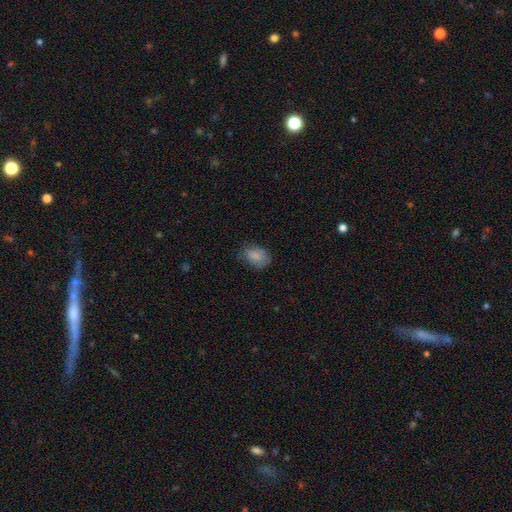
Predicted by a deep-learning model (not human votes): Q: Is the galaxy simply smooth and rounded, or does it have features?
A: smooth — 84%.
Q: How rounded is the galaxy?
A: in between — 77%.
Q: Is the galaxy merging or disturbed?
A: none — 67%.